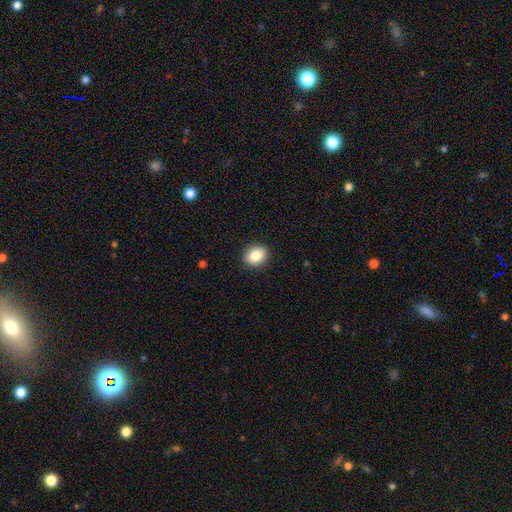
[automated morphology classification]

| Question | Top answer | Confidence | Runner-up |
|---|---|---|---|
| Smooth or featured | smooth | 85% | star or artifact (9%) |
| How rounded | round | 63% | in between (36%) |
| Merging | none | 90% | minor disturbance (7%) |